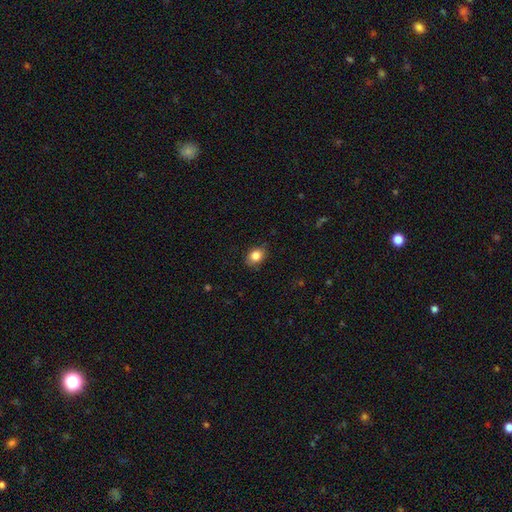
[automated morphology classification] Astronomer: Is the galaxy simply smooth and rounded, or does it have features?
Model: smooth — 84%.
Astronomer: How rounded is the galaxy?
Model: in between — 64%.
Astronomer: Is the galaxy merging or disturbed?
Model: none — 83%.